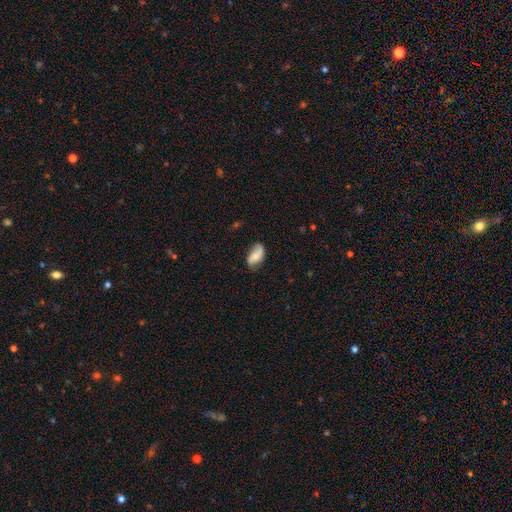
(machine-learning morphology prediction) The model was most divided on "smooth or featured": smooth: 52%, featured or disk: 40%, star or artifact: 8%. More confident: how rounded — in between (91%); merging — none (62%).